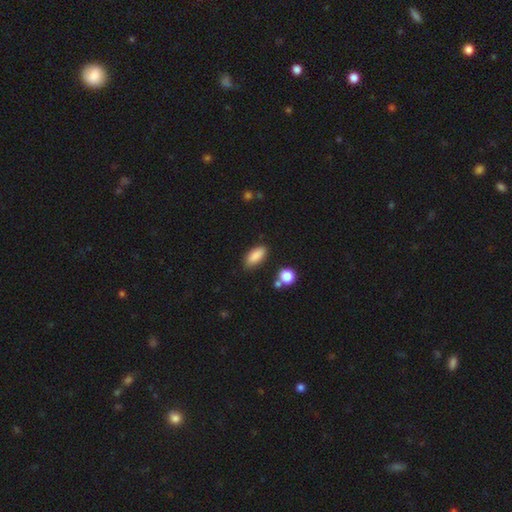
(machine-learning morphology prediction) smooth 87%, star or artifact 8%, featured or disk 5%. Down the decision tree: how rounded — in between (82%); merging — none (82%).